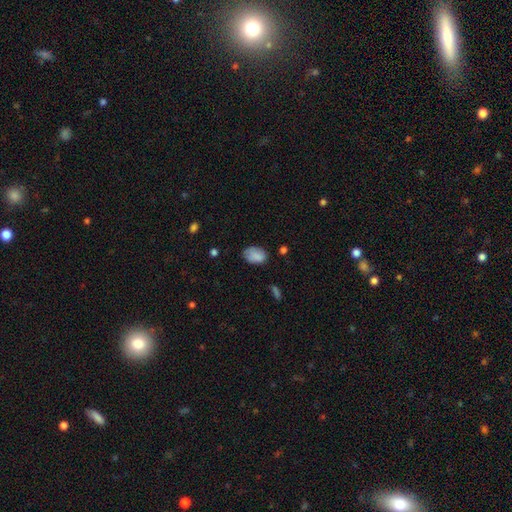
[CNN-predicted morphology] Overall: smooth (85%). How rounded: in between (86%). Merging: none (67%).